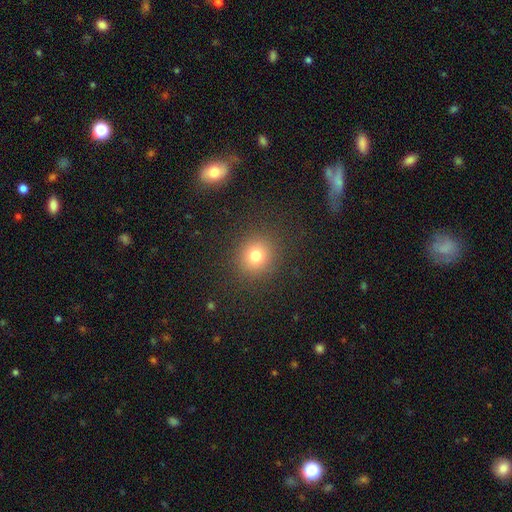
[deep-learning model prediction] The model was most divided on "smooth or featured": smooth: 77%, star or artifact: 15%, featured or disk: 8%. More confident: how rounded — round (89%); merging — none (89%).